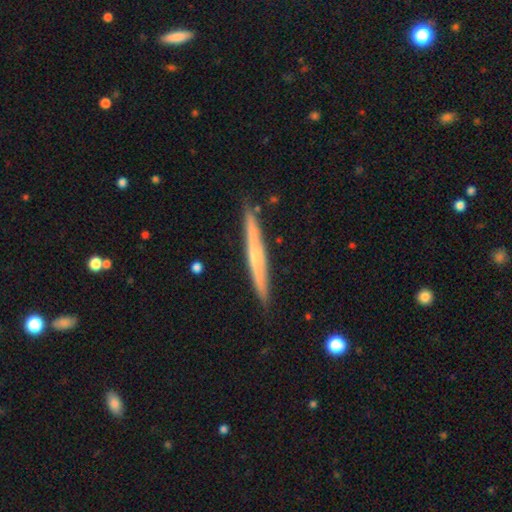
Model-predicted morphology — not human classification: A featured or disk galaxy (63%) viewed edge-on (97%) with a rounded central bulge (57%). Merging: none (89%).